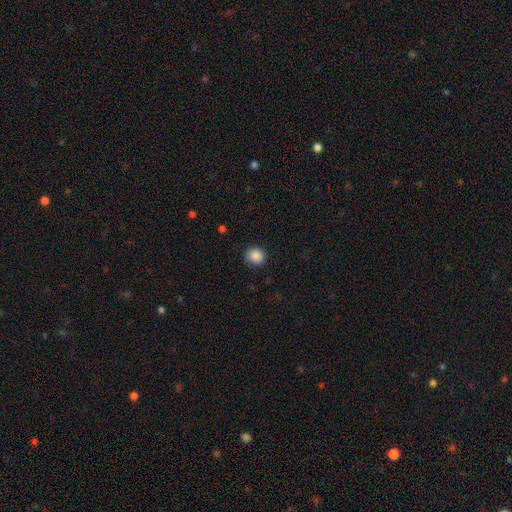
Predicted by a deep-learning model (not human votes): A smooth galaxy with no disk features (88%) that is round (81%).

Vote fractions:
- Smooth or featured? smooth: 88% / star or artifact: 9% / featured or disk: 3%
- How rounded? round: 81% / in between: 18% / cigar-shaped: 1%
- Merging? none: 87% / minor disturbance: 9% / major disturbance: 2% / merger: 1%